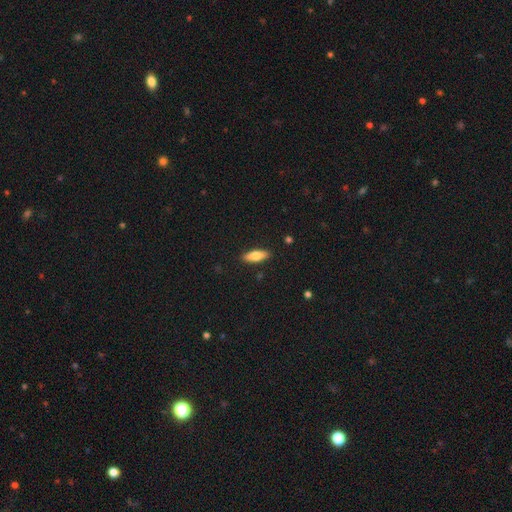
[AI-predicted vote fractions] The model was most divided on "how rounded": in between: 58%, cigar-shaped: 39%, round: 2%. More confident: merging — none (89%); smooth or featured — smooth (70%).